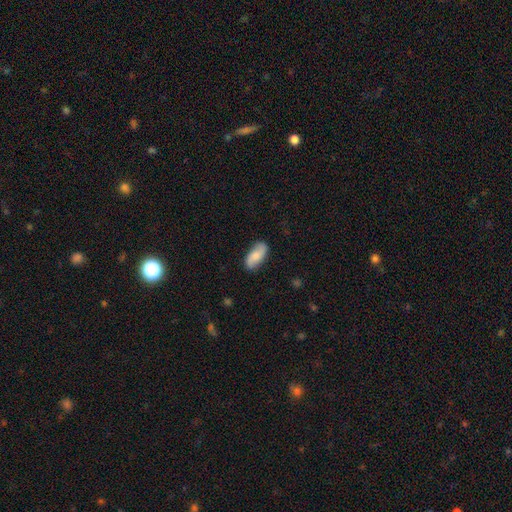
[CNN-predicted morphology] This is likely a smooth galaxy (64%). How rounded: clearly in between (89%). Merging: clearly none (83%).